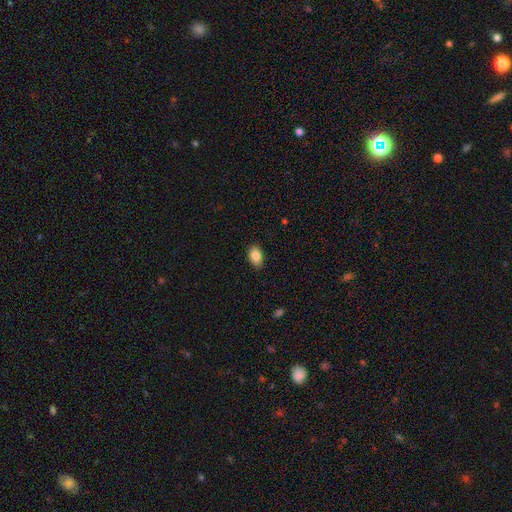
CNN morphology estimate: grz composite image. It shows a smooth galaxy with no disk features (86%) that is in between round and cigar-shaped (88%). Merging: none (88%).